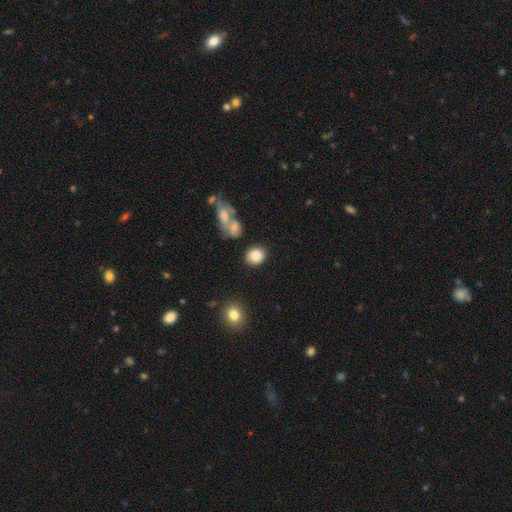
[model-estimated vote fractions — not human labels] Smooth or featured: smooth — 85% (star or artifact — 9%)
How rounded: round — 63% (in between — 36%)
Merging: none — 78% (minor disturbance — 13%)